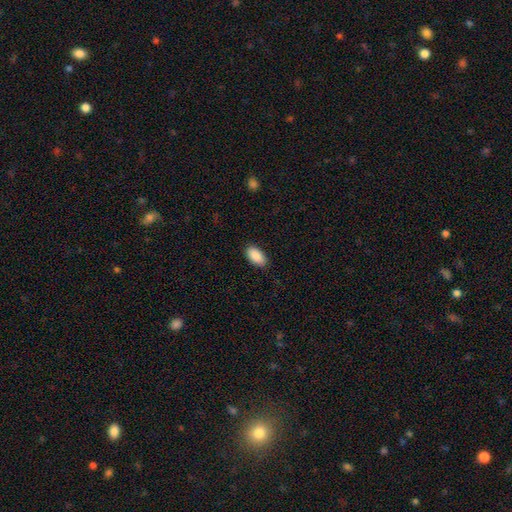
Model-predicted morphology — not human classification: Q: Smooth or featured?
A: smooth (90%); runner-up: star or artifact (6%)
Q: How rounded?
A: in between (95%); runner-up: round (3%)
Q: Merging?
A: none (89%); runner-up: minor disturbance (8%)